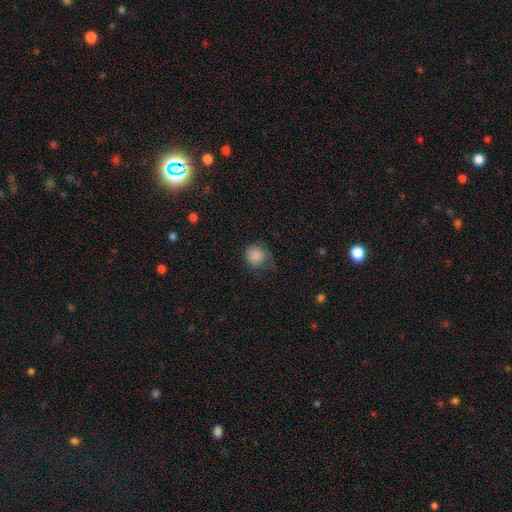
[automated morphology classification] This appears to be a smooth galaxy with no disk features (86%) that is round (90%). Merging: none (63%).